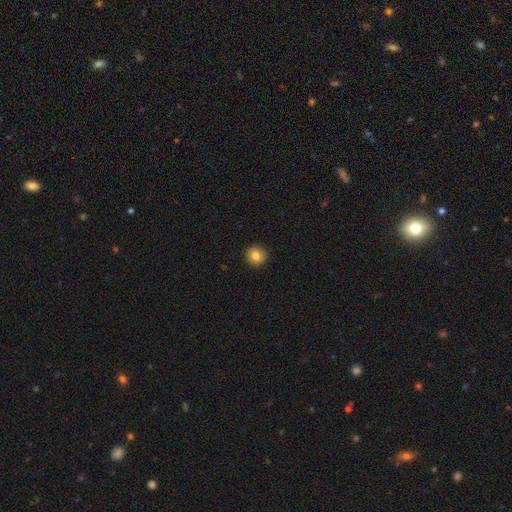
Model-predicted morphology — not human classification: Smooth or featured?
  - smooth: 80% *
  - featured or disk: 12%
  - star or artifact: 9%
How rounded?
  - round: 93% *
  - in between: 6%
  - cigar-shaped: 1%
Merging?
  - none: 91% *
  - minor disturbance: 6%
  - major disturbance: 2%
  - merger: 1%